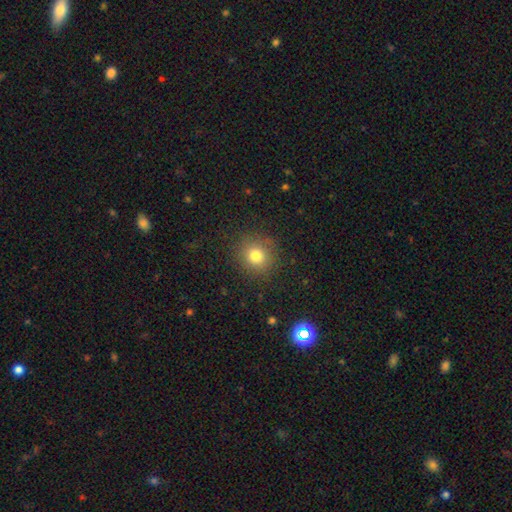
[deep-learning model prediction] smooth 78%, star or artifact 14%, featured or disk 8%. Down the decision tree: how rounded — round (89%); merging — none (87%).